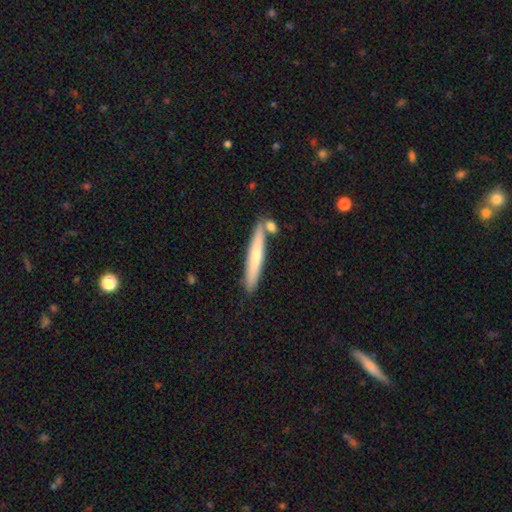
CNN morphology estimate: Smooth or featured?
  - smooth: 58% *
  - featured or disk: 37%
  - star or artifact: 6%
How rounded?
  - cigar-shaped: 94% *
  - in between: 5%
  - round: 1%
Merging?
  - none: 79% *
  - minor disturbance: 10%
  - merger: 9%
  - major disturbance: 2%